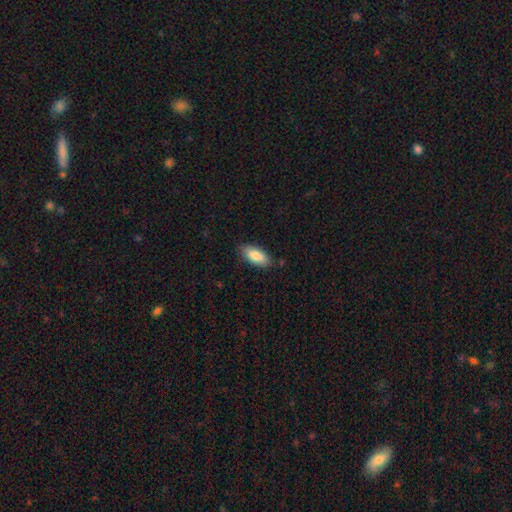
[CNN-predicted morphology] smooth 85%, featured or disk 9%, star or artifact 6%. Down the decision tree: how rounded — in between (88%); merging — none (83%).